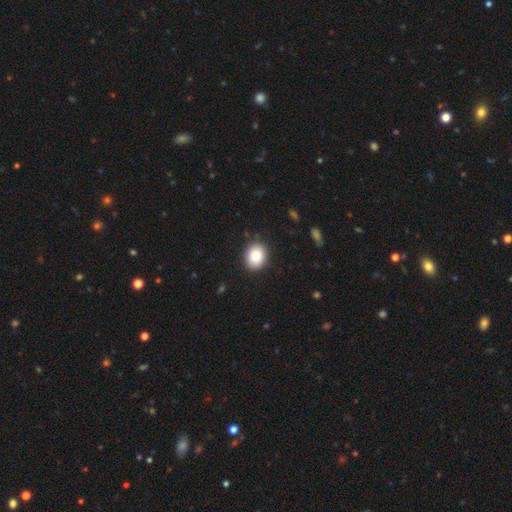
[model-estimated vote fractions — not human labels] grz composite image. It shows a smooth galaxy with no disk features (82%) that is round (52%). Merging: none (89%).